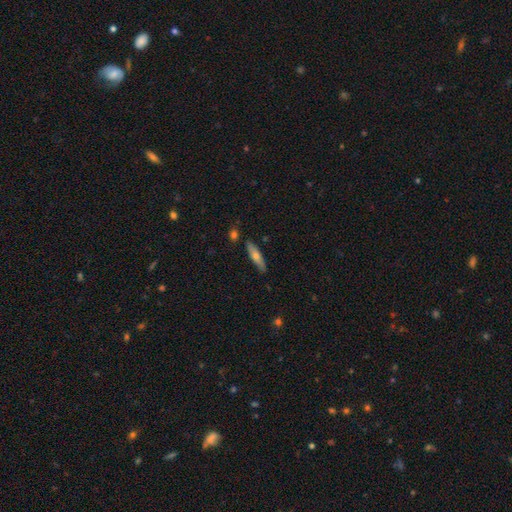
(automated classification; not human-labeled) Overall: smooth (53%; featured or disk 40%). How rounded: cigar-shaped (78%). Merging: none (84%).